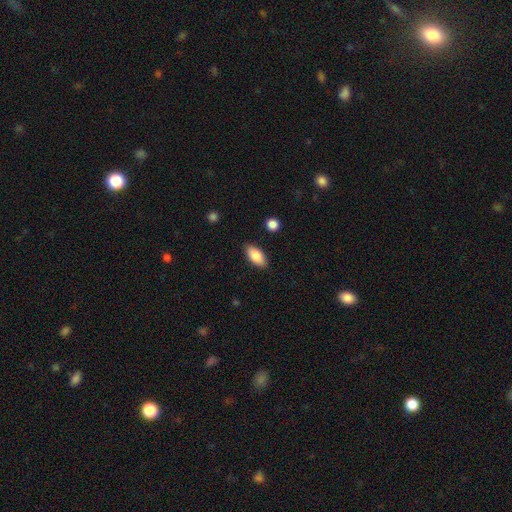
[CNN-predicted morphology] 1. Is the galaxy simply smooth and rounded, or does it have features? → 85% smooth, 8% featured or disk, 7% star or artifact.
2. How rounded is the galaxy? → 91% in between, 6% cigar-shaped, 3% round.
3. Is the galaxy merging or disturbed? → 87% none, 9% minor disturbance, 2% major disturbance, 1% merger.